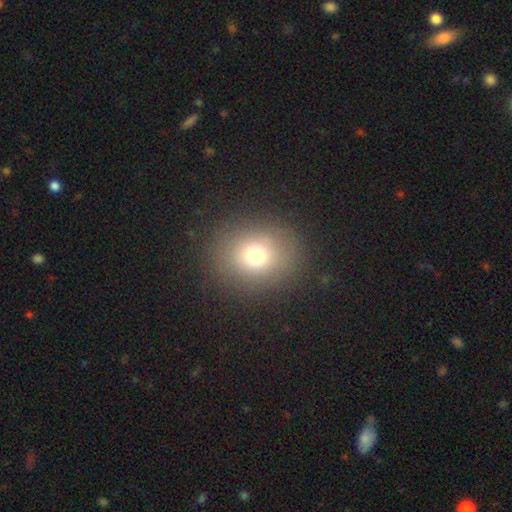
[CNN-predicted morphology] smooth_or_featured: smooth (p=0.70) [alt: star or artifact p=0.19]
how_rounded: round (p=0.76) [alt: in between p=0.23]
merging: none (p=0.86) [alt: minor disturbance p=0.07]